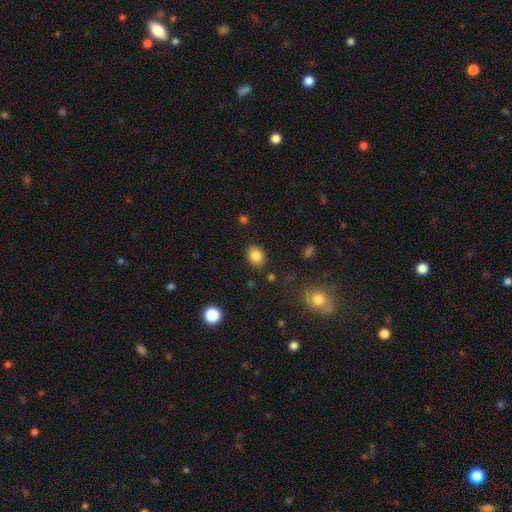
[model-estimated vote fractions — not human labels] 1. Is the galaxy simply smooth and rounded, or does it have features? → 84% smooth, 10% star or artifact, 7% featured or disk.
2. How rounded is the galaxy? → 52% in between, 47% round, 1% cigar-shaped.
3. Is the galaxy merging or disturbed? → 85% none, 10% minor disturbance, 3% major disturbance, 2% merger.